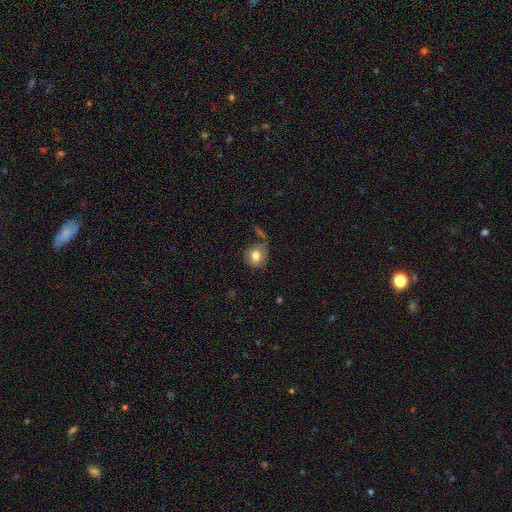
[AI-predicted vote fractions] Smooth or featured? smooth (79%)
How rounded? round (74%)
Merging? none (58%)